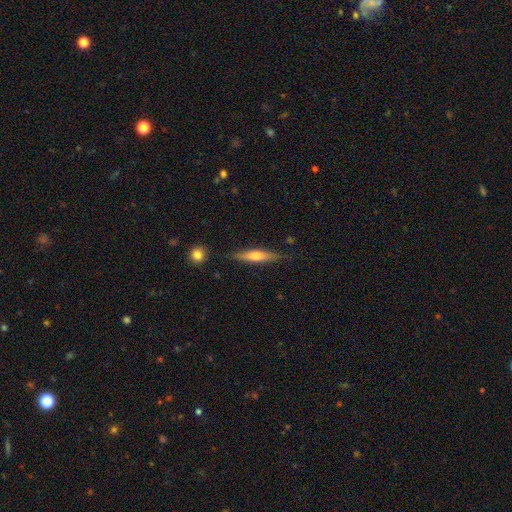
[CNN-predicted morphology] This is possibly a featured or disk galaxy (53%). It is clearly viewed edge-on (95%). Edge-on bulge: likely rounded (80%). Merging: clearly none (84%).